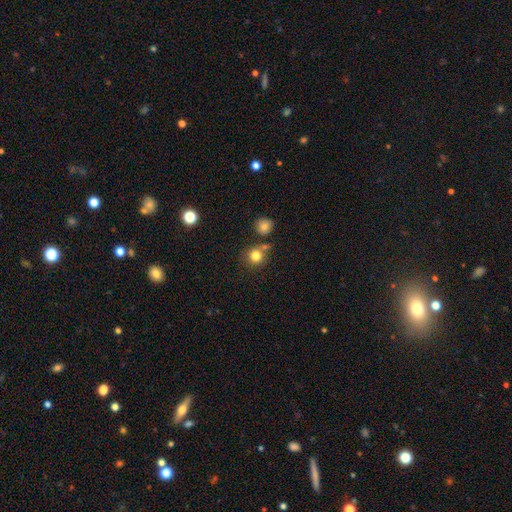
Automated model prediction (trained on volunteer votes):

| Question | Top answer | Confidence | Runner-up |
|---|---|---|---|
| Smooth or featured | smooth | 81% | star or artifact (12%) |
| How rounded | round | 89% | in between (10%) |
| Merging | none | 67% | merger (19%) |